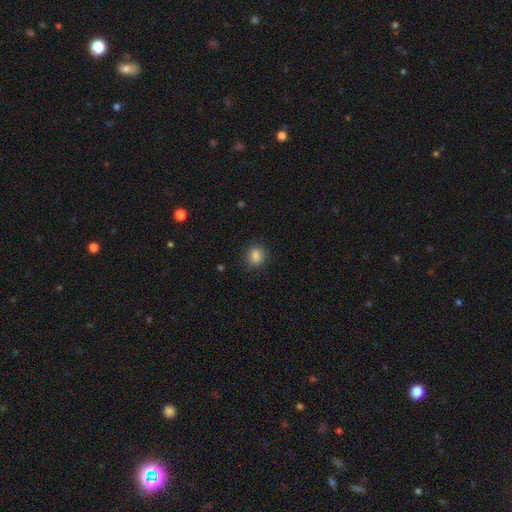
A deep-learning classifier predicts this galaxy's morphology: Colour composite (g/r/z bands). It shows a smooth galaxy with no disk features (84%) that is round (56%). Merging: none (82%).